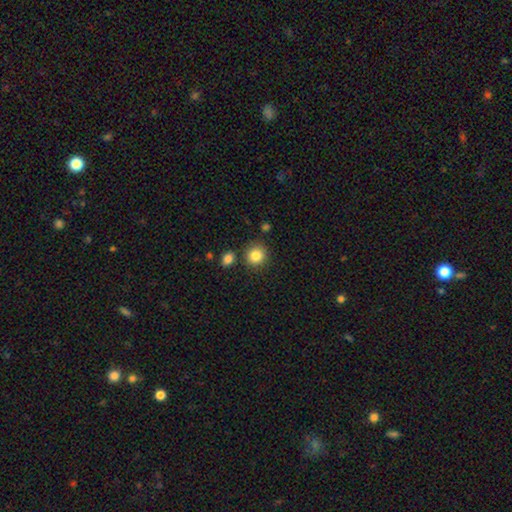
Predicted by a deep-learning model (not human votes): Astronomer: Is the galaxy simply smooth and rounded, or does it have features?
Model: smooth — 86%.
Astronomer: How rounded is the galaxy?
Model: round — 89%.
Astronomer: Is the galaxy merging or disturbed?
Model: none — 83%.